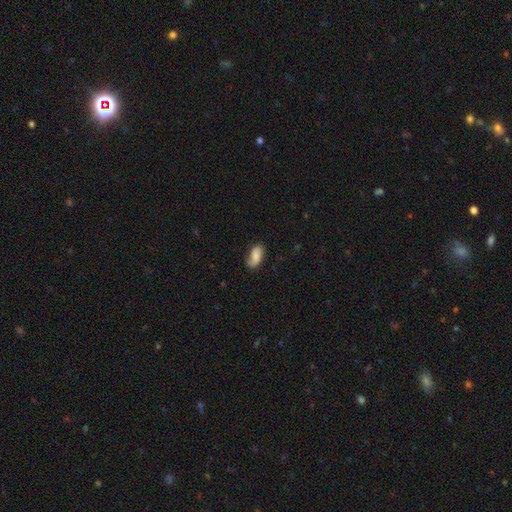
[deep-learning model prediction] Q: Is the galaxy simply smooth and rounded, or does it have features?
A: smooth — 66%.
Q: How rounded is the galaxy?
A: in between — 92%.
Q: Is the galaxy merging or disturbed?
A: none — 62%.